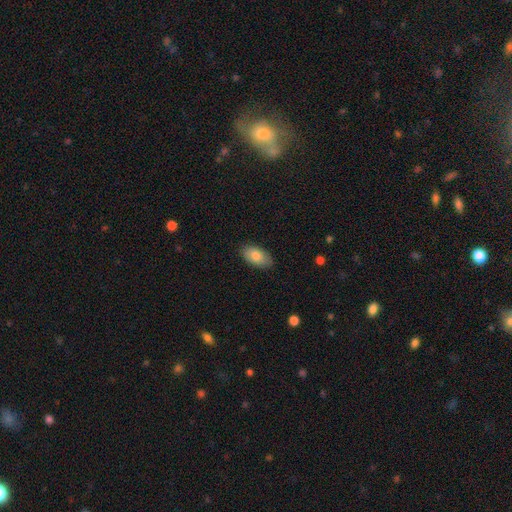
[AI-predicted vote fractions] Smooth or featured: smooth — 80% (featured or disk — 13%)
How rounded: in between — 94% (round — 4%)
Merging: none — 85% (minor disturbance — 12%)